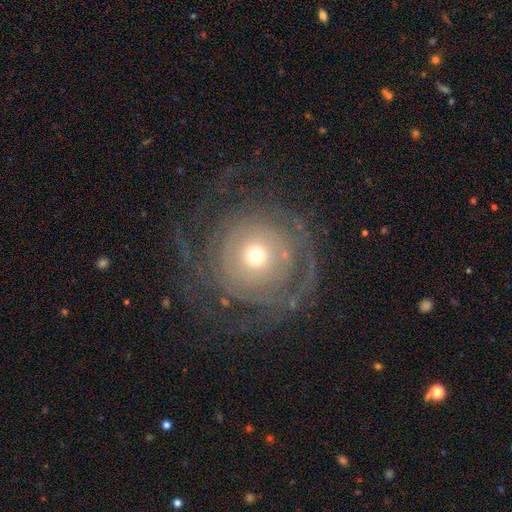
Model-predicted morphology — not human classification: Smooth or featured: featured or disk — 66% (smooth — 25%)
Edge-on disk: no — 97% (yes — 3%)
Bar: no — 84% (weak — 12%)
Spiral arms: yes — 72% (no — 28%)
Bulge size: small — 56% (moderate — 37%)
Merging: none — 65% (major disturbance — 19%)